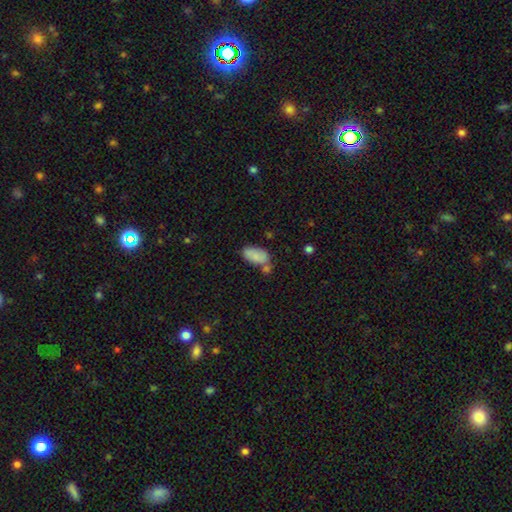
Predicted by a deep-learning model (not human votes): The model was most divided on "merging": none: 52%, merger: 22%, minor disturbance: 20%, major disturbance: 6%. More confident: how rounded — in between (94%); smooth or featured — smooth (82%).